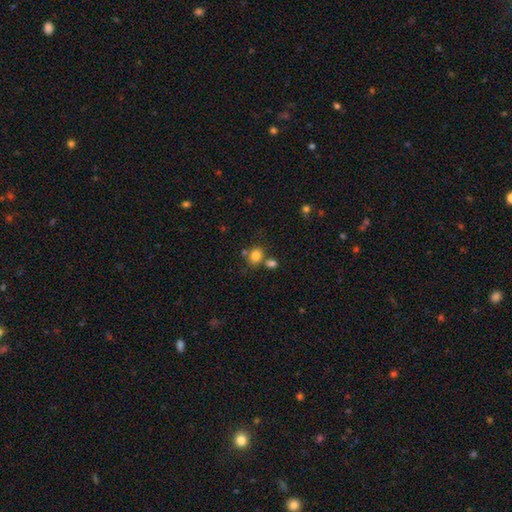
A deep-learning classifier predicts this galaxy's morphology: smooth-or-featured: smooth: 81% | star or artifact: 12% | featured or disk: 7%
  how-rounded: round: 61% | in between: 38% | cigar-shaped: 1%
  merging: none: 61% | merger: 23% | minor disturbance: 11% | major disturbance: 4%